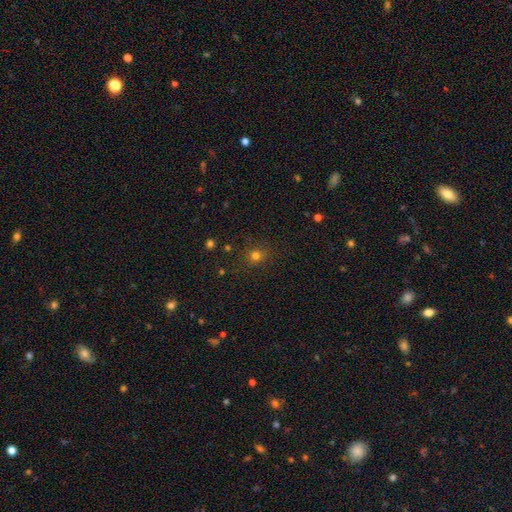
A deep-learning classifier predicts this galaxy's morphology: Smooth or featured? Predicted: smooth (p=0.74). How rounded? Predicted: round (p=0.86). Merging? Predicted: none (p=0.86).